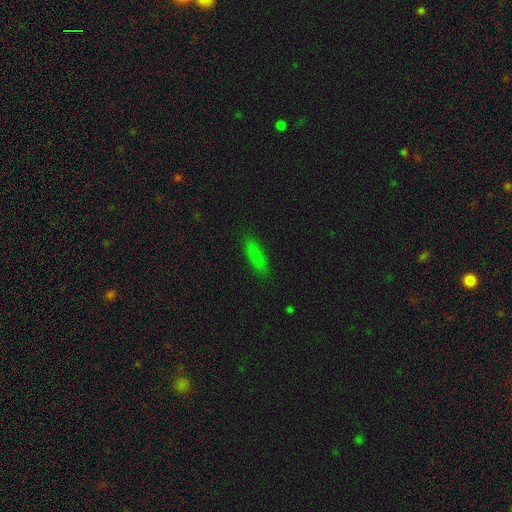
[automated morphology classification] smooth_or_featured: smooth (p=0.78) [alt: star or artifact p=0.13]
how_rounded: cigar-shaped (p=0.56) [alt: in between p=0.41]
merging: none (p=0.85) [alt: minor disturbance p=0.11]